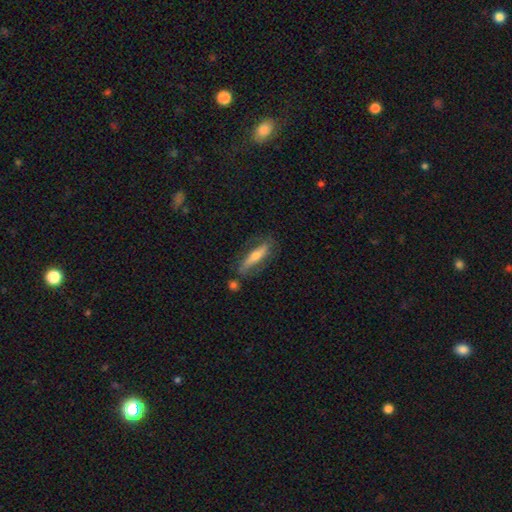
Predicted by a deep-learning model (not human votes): Overall: featured or disk (50%; smooth 42%). Merging: none (73%).